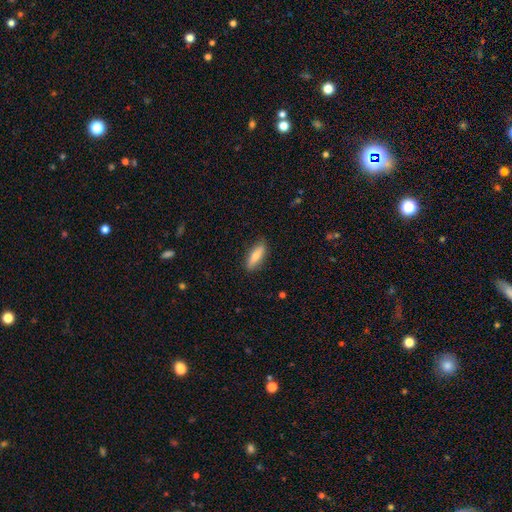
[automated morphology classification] Smooth or featured? smooth (74%)
How rounded? in between (49%)
Merging? none (86%)